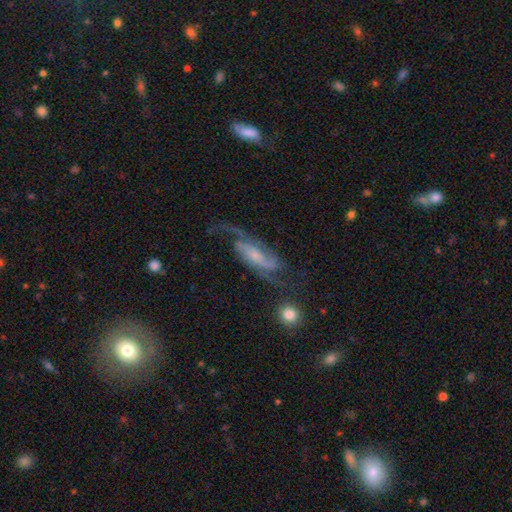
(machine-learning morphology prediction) A featured or disk galaxy (85%) with no bar (42%), 2 (77%) medium (46%) spiral arms (96%) and a small central bulge (50%).

Vote fractions:
- Smooth or featured? featured or disk: 85% / smooth: 9% / star or artifact: 6%
- Edge-on disk? no: 91% / yes: 9%
- Bar? no: 42% / weak: 40% / strong: 17%
- Spiral arms? yes: 96% / no: 4%
- Spiral winding? medium: 46% / loose: 36% / tight: 19%
- Spiral arm count? 2: 77% / can't tell: 7% / 3: 6% / 1: 5% / 4: 2% / more than 4: 2%
- Bulge size? small: 50% / moderate: 30% / none: 13% / large: 5% / dominant: 2%
- Merging? none: 57% / major disturbance: 21% / minor disturbance: 19% / merger: 4%